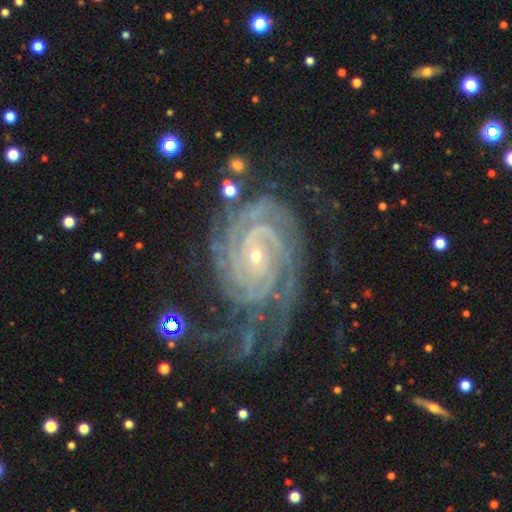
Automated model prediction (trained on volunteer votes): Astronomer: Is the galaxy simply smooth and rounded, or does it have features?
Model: featured or disk — 92%.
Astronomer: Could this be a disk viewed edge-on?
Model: no — 98%.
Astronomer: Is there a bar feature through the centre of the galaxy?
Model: no — 62%.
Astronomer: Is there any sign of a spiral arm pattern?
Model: yes — 99%.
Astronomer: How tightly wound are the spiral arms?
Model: tight — 83%.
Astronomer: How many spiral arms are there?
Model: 4 — 25% (runner-up: 3, 19%).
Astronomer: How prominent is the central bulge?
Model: small — 80%.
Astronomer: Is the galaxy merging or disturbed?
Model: none — 57%.